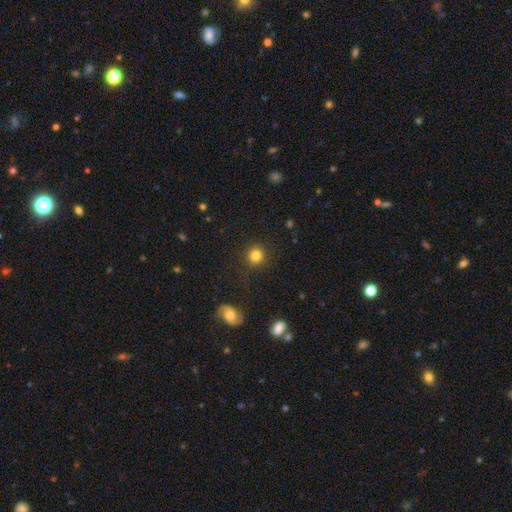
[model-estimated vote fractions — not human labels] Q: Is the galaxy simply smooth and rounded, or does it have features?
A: smooth — 83%.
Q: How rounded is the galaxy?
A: round — 89%.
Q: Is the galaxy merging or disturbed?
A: none — 89%.